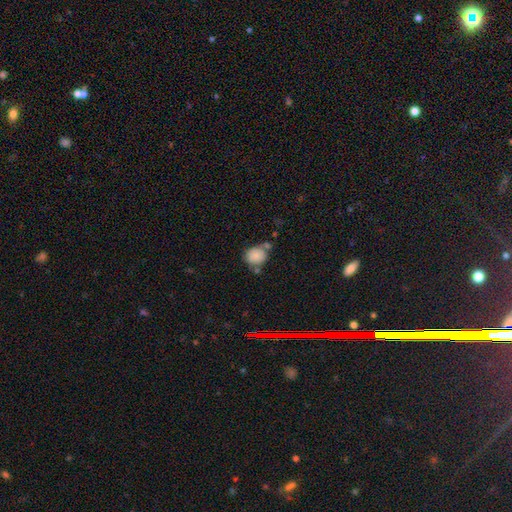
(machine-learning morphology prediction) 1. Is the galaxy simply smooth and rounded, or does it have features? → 84% smooth, 9% star or artifact, 7% featured or disk.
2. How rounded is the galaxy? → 67% round, 31% in between, 1% cigar-shaped.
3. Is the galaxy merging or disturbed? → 52% none, 23% merger, 19% minor disturbance, 6% major disturbance.